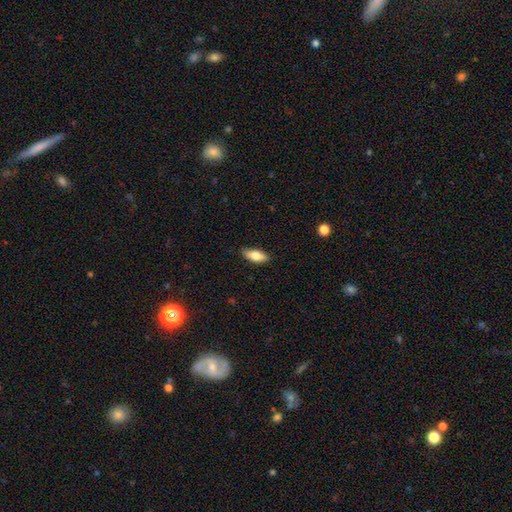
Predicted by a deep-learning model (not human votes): A smooth galaxy with no disk features (77%) that is in between round and cigar-shaped (79%).

Vote fractions:
- Smooth or featured? smooth: 77% / featured or disk: 17% / star or artifact: 7%
- How rounded? in between: 79% / cigar-shaped: 18% / round: 3%
- Merging? none: 82% / minor disturbance: 14% / major disturbance: 2% / merger: 1%